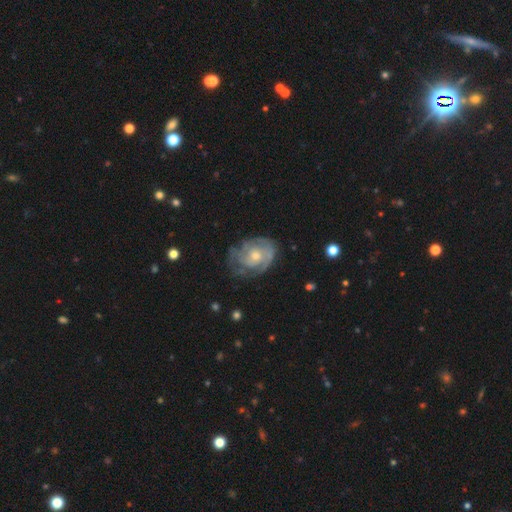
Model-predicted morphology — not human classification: Smooth or featured? featured or disk (77%)
Edge-on disk? no (97%)
Bar? no (75%)
Spiral arms? yes (86%)
Spiral winding? tight (63%)
Spiral arm count? can't tell (41%)
Bulge size? moderate (58%)
Merging? none (66%)